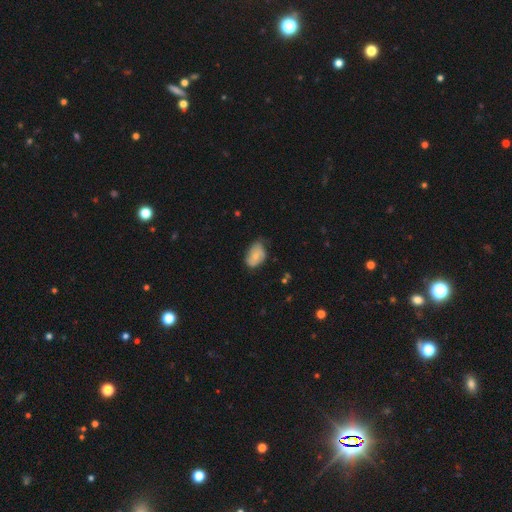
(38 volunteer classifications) A smooth galaxy with no disk features (55%) that is in between round and cigar-shaped (86%). Merging: minor disturbance (46%).